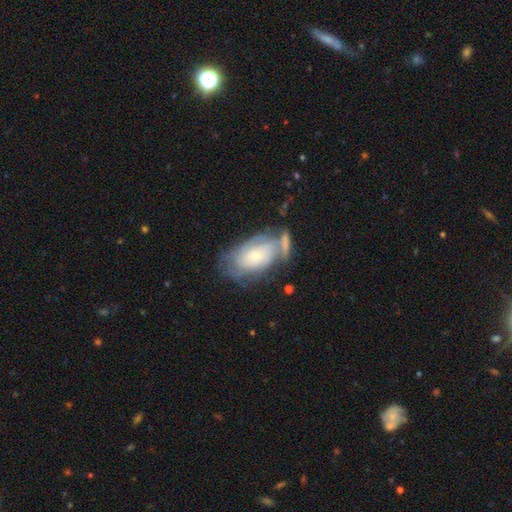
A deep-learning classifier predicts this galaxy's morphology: Smooth or featured? Predicted: featured or disk (p=0.56). Edge-on disk? Predicted: no (p=0.93). Bar? Predicted: no (p=0.79). Spiral arms? Predicted: yes (p=0.66). Bulge size? Predicted: small (p=0.61). Merging? Predicted: none (p=0.42).